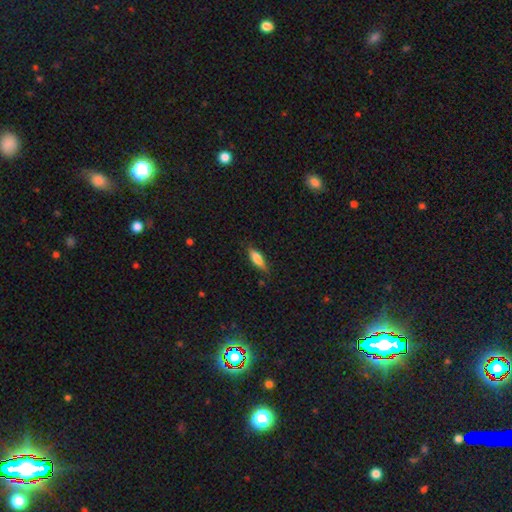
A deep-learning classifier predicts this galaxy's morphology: Q: Smooth or featured?
A: smooth (79%); runner-up: featured or disk (14%)
Q: How rounded?
A: in between (55%); runner-up: cigar-shaped (43%)
Q: Merging?
A: none (71%); runner-up: minor disturbance (23%)